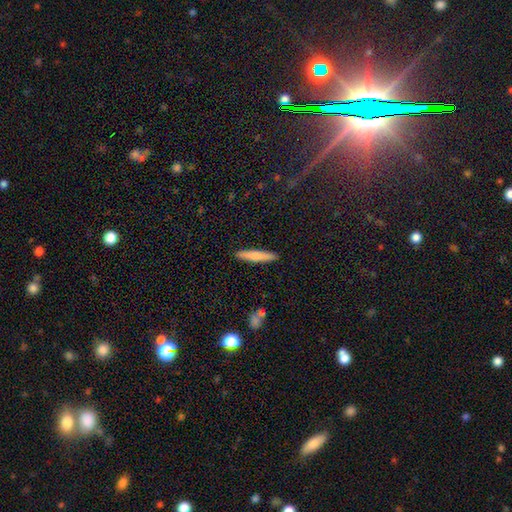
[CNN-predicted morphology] smooth_or_featured: smooth (p=0.74) [alt: featured or disk p=0.20]
how_rounded: cigar-shaped (p=0.92) [alt: in between p=0.07]
merging: none (p=0.91) [alt: minor disturbance p=0.06]